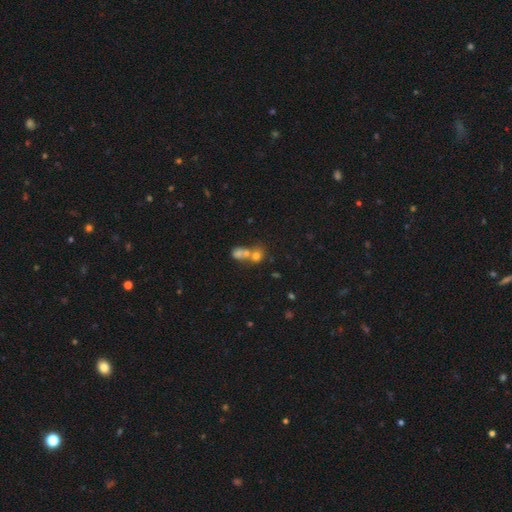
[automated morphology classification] Smooth or featured? Predicted: smooth (p=0.69). How rounded? Predicted: round (p=0.66). Merging? Predicted: merger (p=0.57).